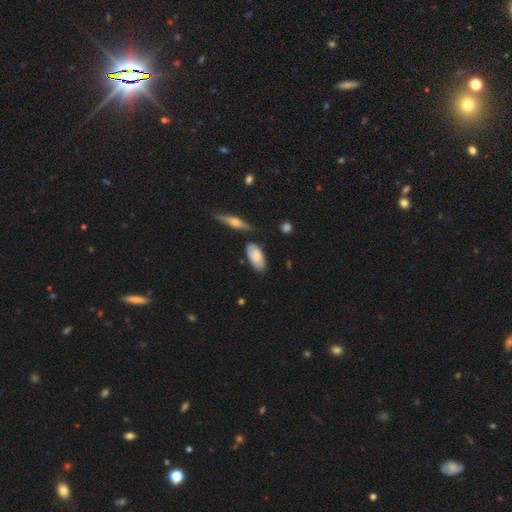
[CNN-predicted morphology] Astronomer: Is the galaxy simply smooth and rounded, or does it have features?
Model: smooth — 70%.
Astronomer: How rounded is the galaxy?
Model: in between — 91%.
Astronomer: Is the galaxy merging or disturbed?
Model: none — 72%.